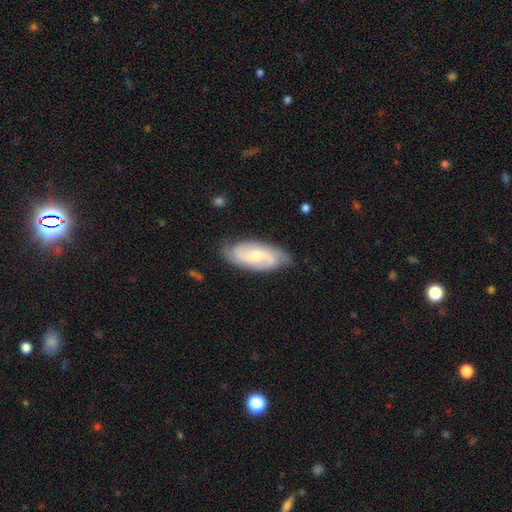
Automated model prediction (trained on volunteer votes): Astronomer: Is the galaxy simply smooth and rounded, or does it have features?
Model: featured or disk — 74%.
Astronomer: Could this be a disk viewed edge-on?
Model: no — 94%.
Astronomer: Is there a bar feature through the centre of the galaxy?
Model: no — 47% (runner-up: weak, 43%).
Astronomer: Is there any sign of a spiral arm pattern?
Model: yes — 95%.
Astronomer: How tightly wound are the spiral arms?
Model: medium — 45% (runner-up: tight, 35%).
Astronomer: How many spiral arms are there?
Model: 2 — 68%.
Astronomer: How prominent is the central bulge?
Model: small — 46% (runner-up: moderate, 43%).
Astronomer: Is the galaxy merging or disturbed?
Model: none — 79%.